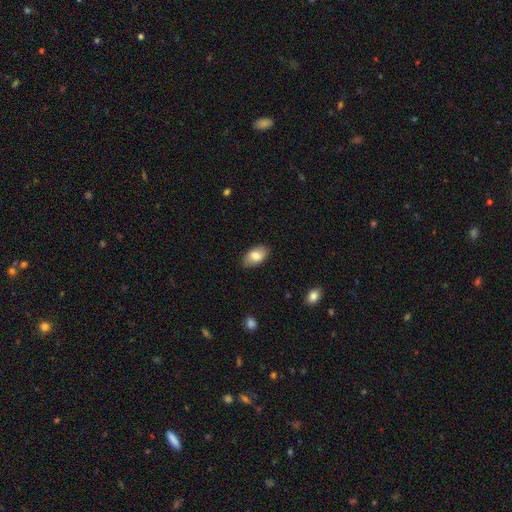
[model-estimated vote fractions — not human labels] Smooth or featured? smooth (81%)
How rounded? in between (93%)
Merging? none (84%)